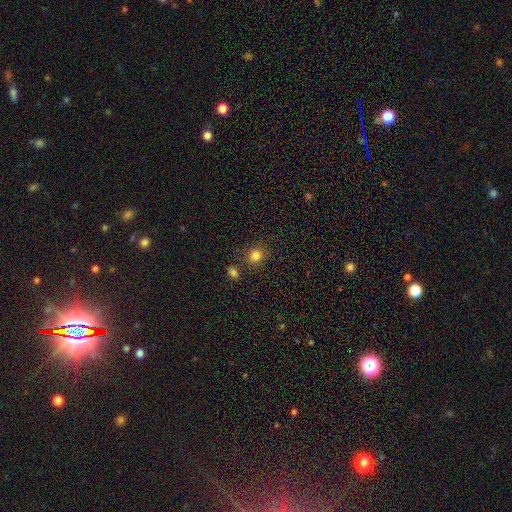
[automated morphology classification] Smooth or featured: smooth — 82% (star or artifact — 13%)
How rounded: round — 84% (in between — 15%)
Merging: none — 80% (minor disturbance — 9%)